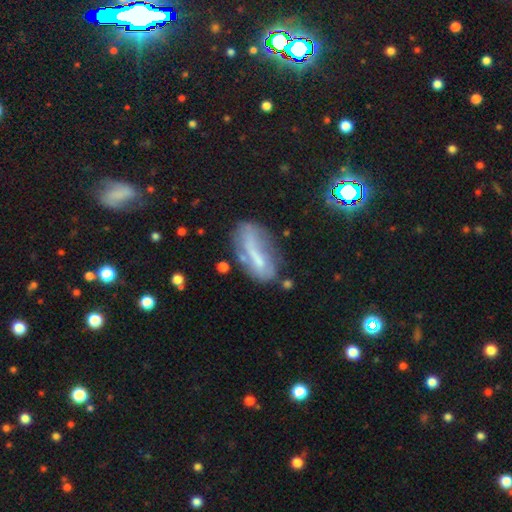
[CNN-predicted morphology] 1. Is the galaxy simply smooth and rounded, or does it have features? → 45% smooth, 41% featured or disk, 14% star or artifact.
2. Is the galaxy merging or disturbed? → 46% none, 27% minor disturbance, 18% major disturbance, 9% merger.